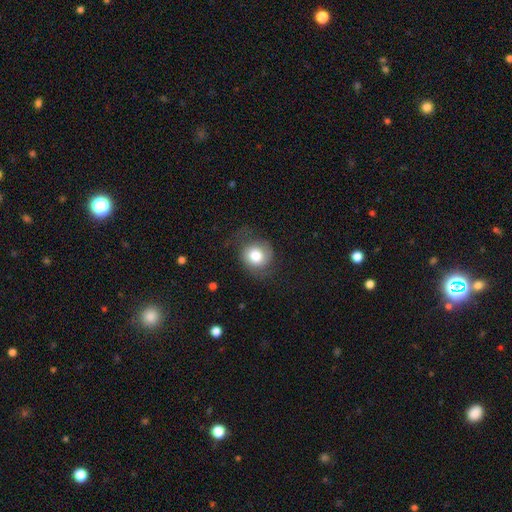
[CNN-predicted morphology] This appears to be a smooth galaxy with no disk features (70%) that is round (81%). Merging: none (59%).